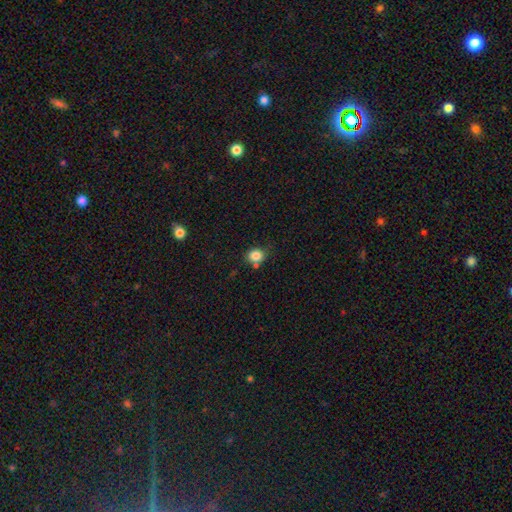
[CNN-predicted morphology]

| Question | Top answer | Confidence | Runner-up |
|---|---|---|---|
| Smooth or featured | smooth | 83% | star or artifact (11%) |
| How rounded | round | 74% | in between (25%) |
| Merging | none | 68% | minor disturbance (16%) |